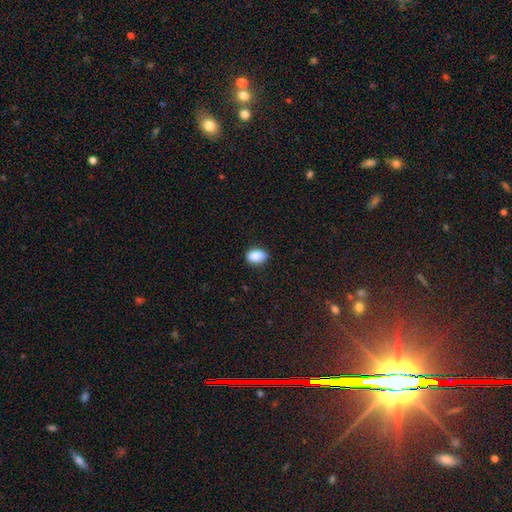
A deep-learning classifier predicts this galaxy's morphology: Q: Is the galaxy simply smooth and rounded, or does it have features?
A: smooth — 87%.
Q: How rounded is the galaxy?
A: in between — 83%.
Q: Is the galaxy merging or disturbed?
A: none — 81%.